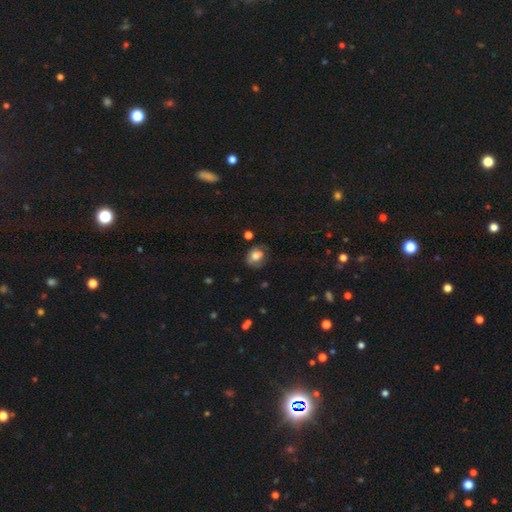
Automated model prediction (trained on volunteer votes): Smooth or featured? Predicted: smooth (p=0.70). How rounded? Predicted: in between (p=0.60). Merging? Predicted: none (p=0.57).